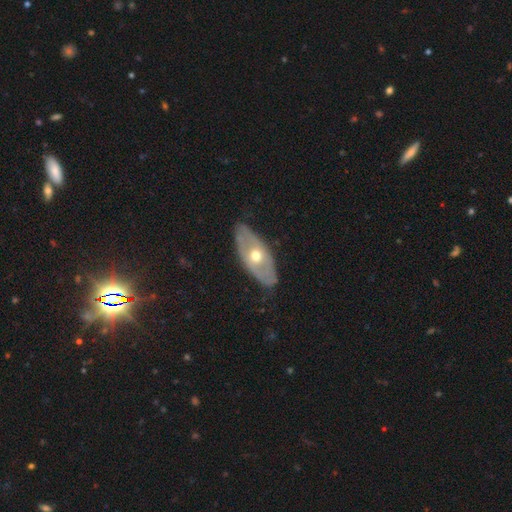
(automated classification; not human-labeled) Q: Smooth or featured?
A: featured or disk (59%); runner-up: smooth (36%)
Q: Edge-on disk?
A: no (77%); runner-up: yes (23%)
Q: Merging?
A: none (78%); runner-up: minor disturbance (17%)